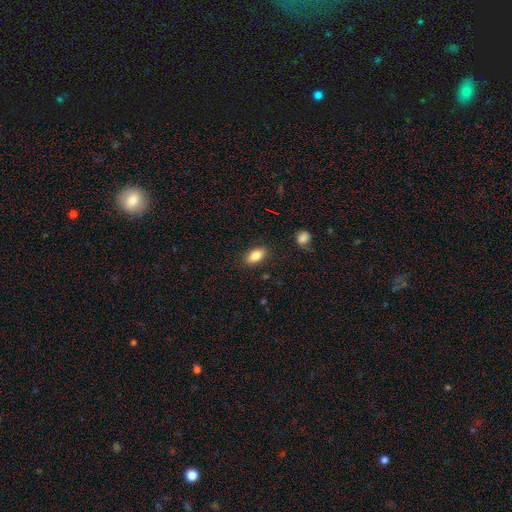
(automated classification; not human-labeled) Smooth or featured: smooth — 83% (featured or disk — 9%)
How rounded: in between — 90% (round — 5%)
Merging: none — 86% (minor disturbance — 10%)